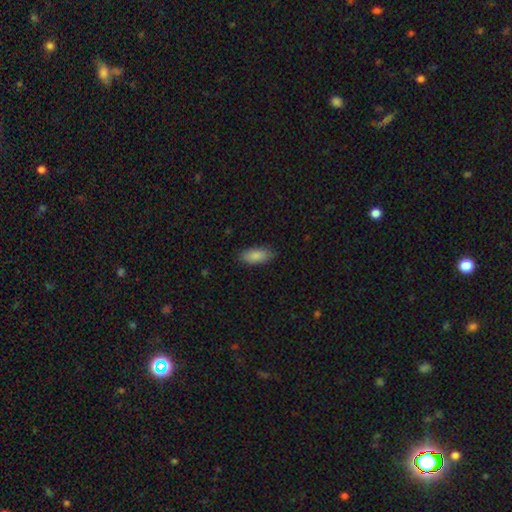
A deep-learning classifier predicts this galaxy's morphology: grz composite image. It shows a smooth galaxy with no disk features (87%) that is in between round and cigar-shaped (88%). Merging: none (84%).